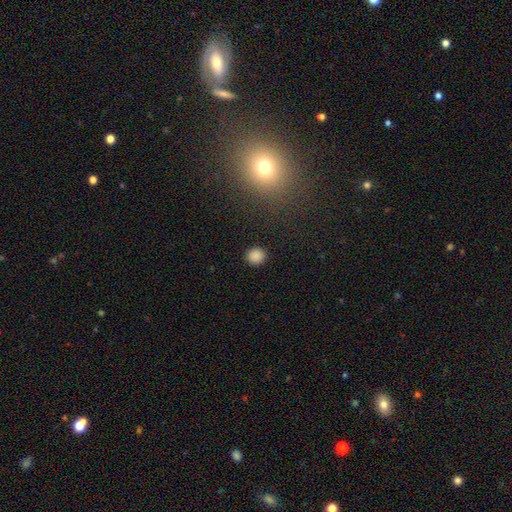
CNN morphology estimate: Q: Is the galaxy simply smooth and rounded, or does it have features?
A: smooth — 86%.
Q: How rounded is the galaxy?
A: round — 88%.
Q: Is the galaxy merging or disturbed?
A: none — 91%.